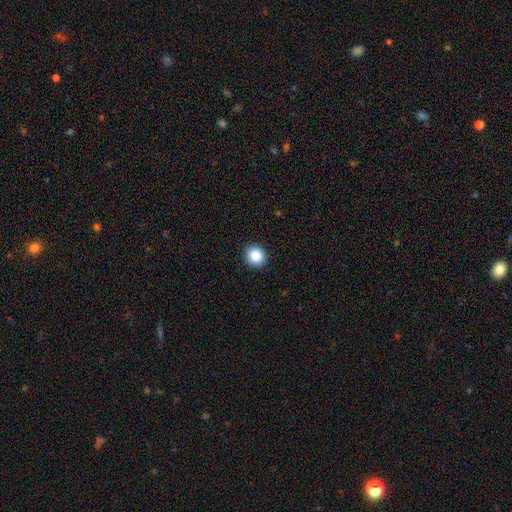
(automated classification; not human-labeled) A smooth galaxy with no disk features (87%) that is round (88%).

Vote fractions:
- Smooth or featured? smooth: 87% / star or artifact: 9% / featured or disk: 4%
- How rounded? round: 88% / in between: 11% / cigar-shaped: 1%
- Merging? none: 92% / minor disturbance: 6% / major disturbance: 2% / merger: 1%